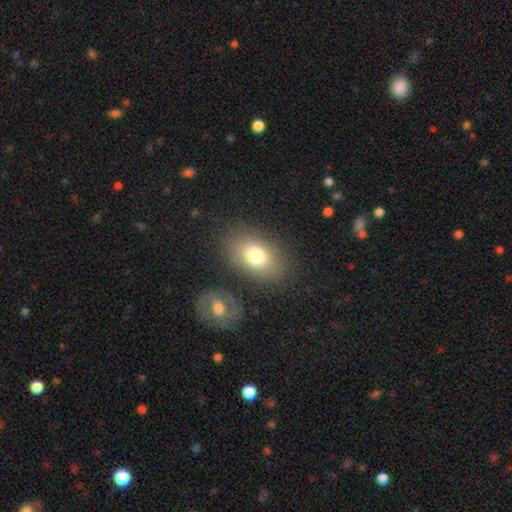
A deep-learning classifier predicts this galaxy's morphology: A smooth galaxy with no disk features (76%) that is in between round and cigar-shaped (83%). Merging: none (79%).